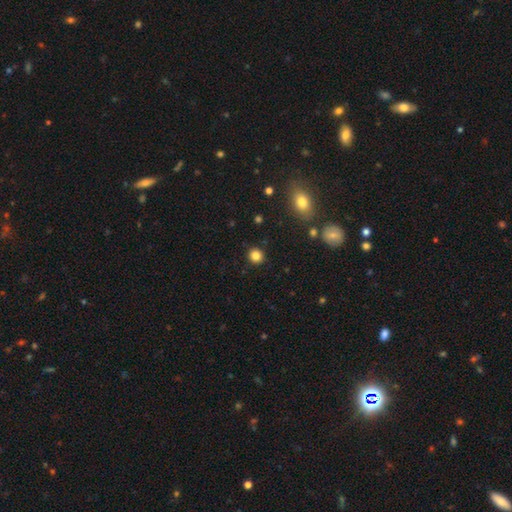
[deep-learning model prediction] Smooth or featured? smooth (84%)
How rounded? round (90%)
Merging? none (91%)